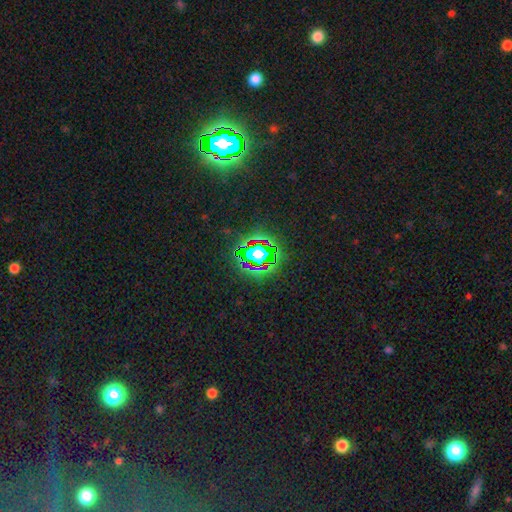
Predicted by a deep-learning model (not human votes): Q: Smooth or featured?
A: star or artifact (82%); runner-up: smooth (11%)